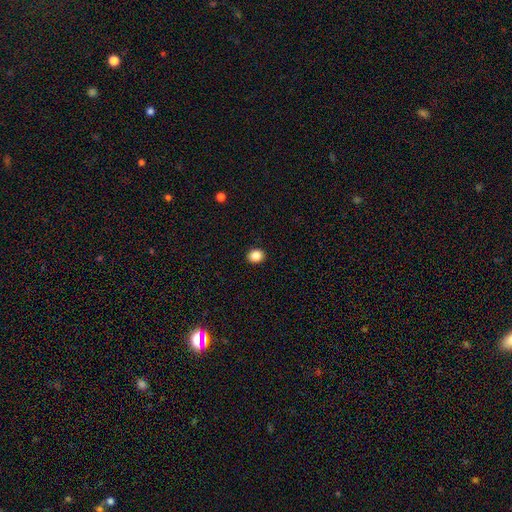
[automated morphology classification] The model was most divided on "how rounded": round: 72%, in between: 27%, cigar-shaped: 1%. More confident: merging — none (92%); smooth or featured — smooth (85%).